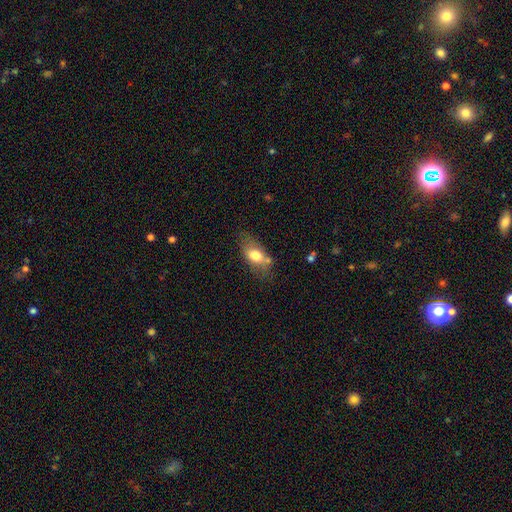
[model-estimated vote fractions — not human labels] This is likely a smooth galaxy (70%). How rounded: clearly in between (85%). Merging: likely none (60%).